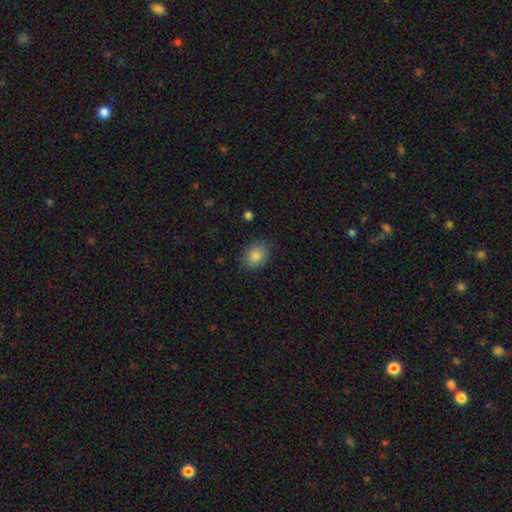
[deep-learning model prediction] The model was most divided on "how rounded": in between: 51%, round: 48%, cigar-shaped: 1%. More confident: merging — none (86%); smooth or featured — smooth (84%).